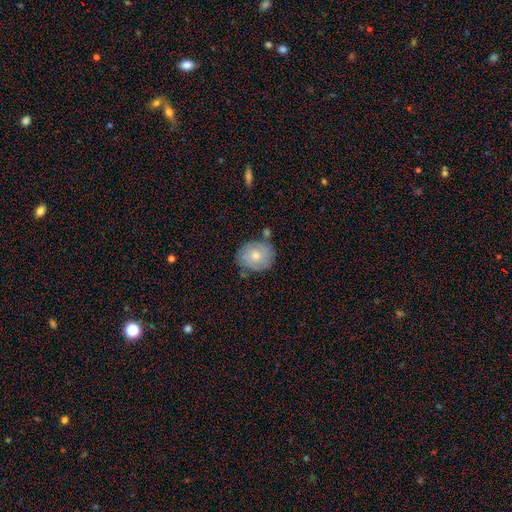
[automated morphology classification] smooth-or-featured: smooth: 59% | featured or disk: 34% | star or artifact: 7%
  how-rounded: round: 69% | in between: 30% | cigar-shaped: 1%
  merging: none: 69% | minor disturbance: 20% | merger: 6% | major disturbance: 5%